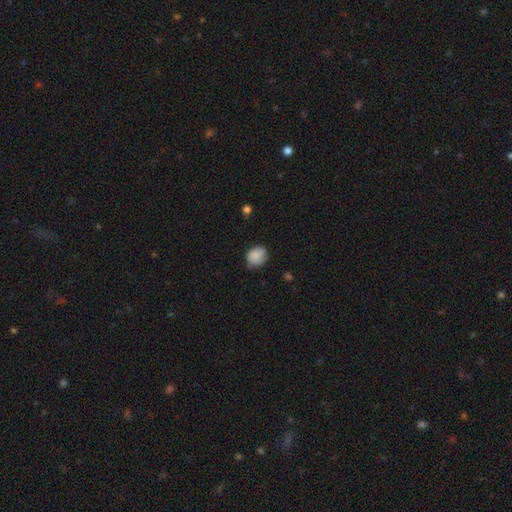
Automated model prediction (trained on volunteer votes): The model was most divided on "how rounded": round: 60%, in between: 39%, cigar-shaped: 1%. More confident: smooth or featured — smooth (71%); merging — none (62%).